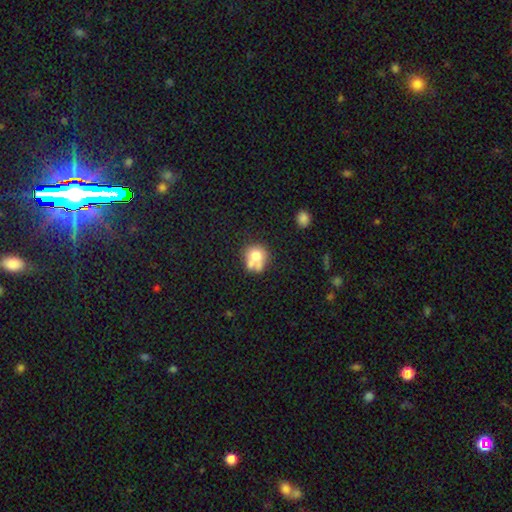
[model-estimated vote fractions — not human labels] Overall: smooth (66%). How rounded: round (76%). Merging: merger (39%; none 38%).